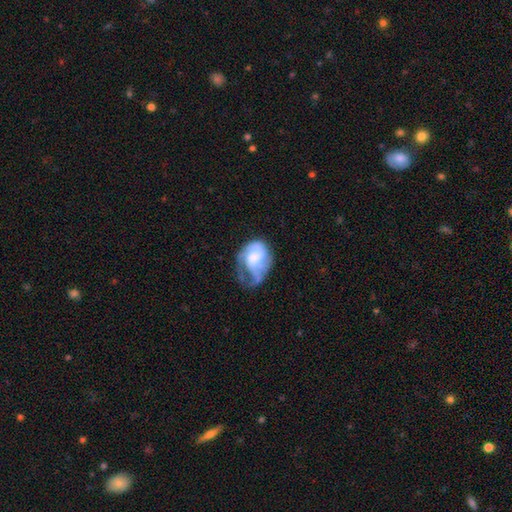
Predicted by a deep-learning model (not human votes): smooth_or_featured: featured or disk (p=0.69) [alt: smooth p=0.24]
disk_edge_on: no (p=0.98) [alt: yes p=0.02]
bar: no (p=0.62) [alt: weak p=0.32]
has_spiral_arms: yes (p=0.87) [alt: no p=0.13]
spiral_winding: medium (p=0.44) [alt: tight p=0.32]
spiral_arm_count: 2 (p=0.30) [alt: 3 p=0.29]
bulge_size: moderate (p=0.38) [alt: small p=0.28]
merging: major disturbance (p=0.37) [alt: none p=0.31]